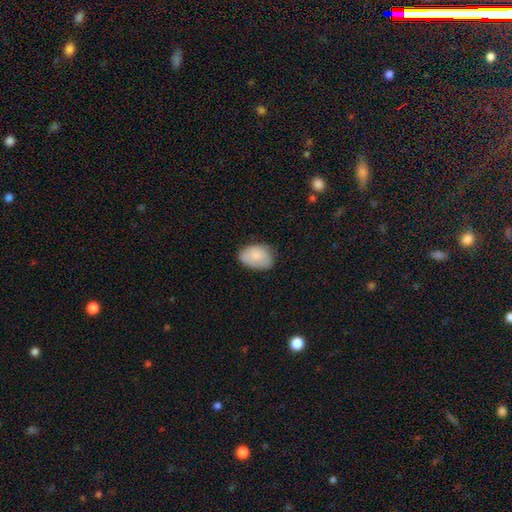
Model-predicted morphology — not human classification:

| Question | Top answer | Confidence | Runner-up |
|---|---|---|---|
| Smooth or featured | smooth | 84% | featured or disk (10%) |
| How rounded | in between | 86% | round (13%) |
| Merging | none | 70% | minor disturbance (24%) |